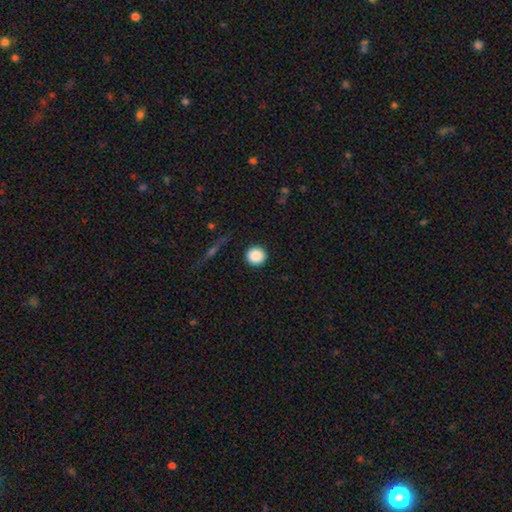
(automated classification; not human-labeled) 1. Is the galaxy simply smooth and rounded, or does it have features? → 88% smooth, 8% star or artifact, 4% featured or disk.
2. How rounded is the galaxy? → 95% round, 4% in between, 1% cigar-shaped.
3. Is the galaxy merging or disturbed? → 92% none, 5% minor disturbance, 2% major disturbance, 1% merger.